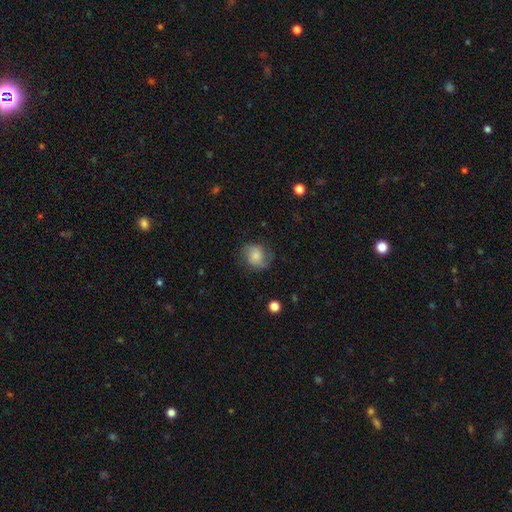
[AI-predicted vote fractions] Smooth or featured? smooth (67%)
How rounded? round (72%)
Merging? none (69%)